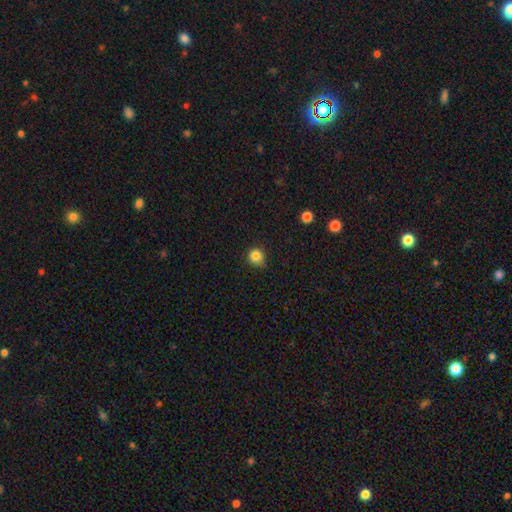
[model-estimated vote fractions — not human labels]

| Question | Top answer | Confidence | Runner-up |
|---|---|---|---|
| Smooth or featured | smooth | 83% | star or artifact (12%) |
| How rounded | round | 89% | in between (10%) |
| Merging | none | 73% | minor disturbance (22%) |